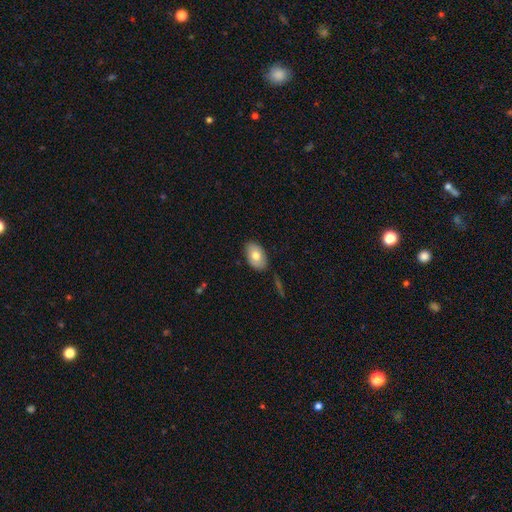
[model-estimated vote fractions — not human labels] smooth 75%, featured or disk 19%, star or artifact 7%. Down the decision tree: how rounded — in between (91%); merging — none (84%).